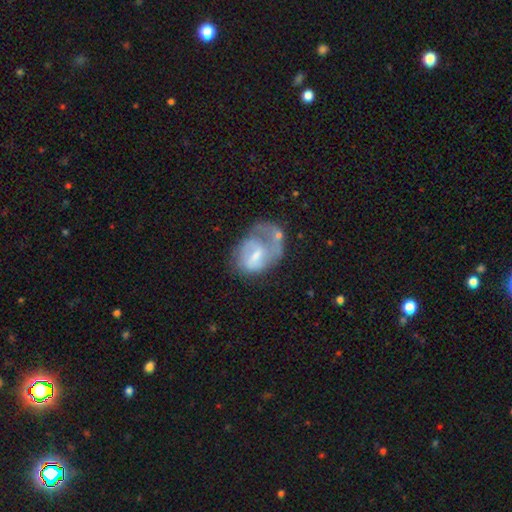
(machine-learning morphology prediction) smooth-or-featured: featured or disk: 59% | smooth: 33% | star or artifact: 7%
  disk-edge-on: no: 97% | yes: 3%
    bar: weak: 51% | no: 32% | strong: 16%
    has-spiral-arms: yes: 63% | no: 37%
    bulge-size: small: 45% | moderate: 36% | none: 13% | large: 4% | dominant: 1%
  merging: major disturbance: 39% | none: 25% | minor disturbance: 21% | merger: 15%